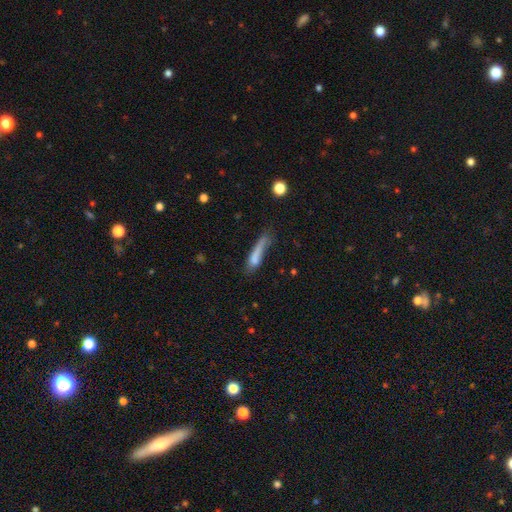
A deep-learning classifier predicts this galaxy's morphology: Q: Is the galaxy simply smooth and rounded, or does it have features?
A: smooth — 71%.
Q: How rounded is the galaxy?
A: cigar-shaped — 80%.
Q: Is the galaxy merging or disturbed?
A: none — 36%.